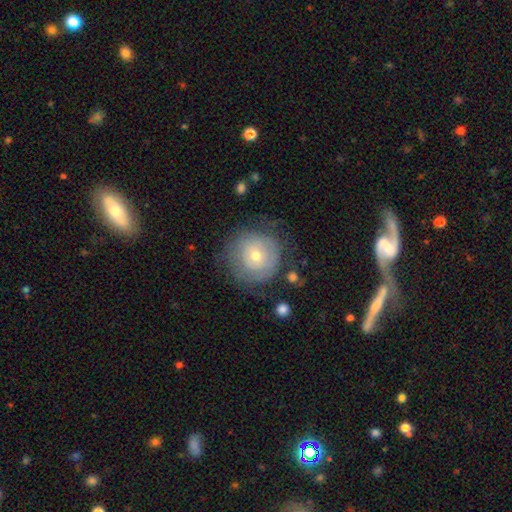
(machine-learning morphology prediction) smooth 47%, featured or disk 45%, star or artifact 8%. Down the decision tree: merging — none (71%).